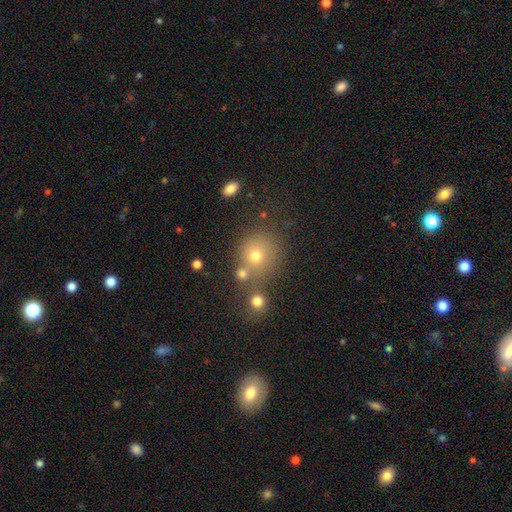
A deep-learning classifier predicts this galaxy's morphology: Smooth or featured? Predicted: smooth (p=0.70). How rounded? Predicted: round (p=0.84). Merging? Predicted: none (p=0.57).